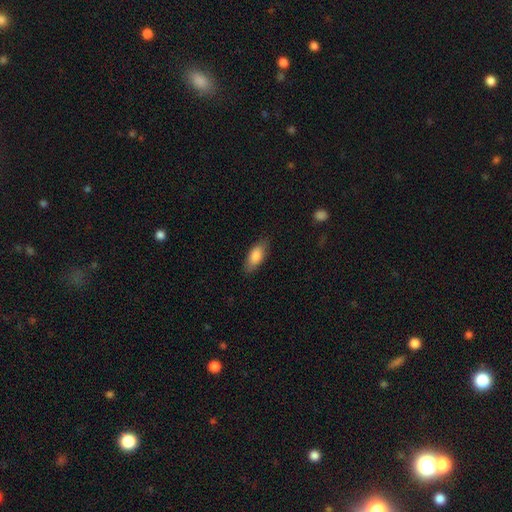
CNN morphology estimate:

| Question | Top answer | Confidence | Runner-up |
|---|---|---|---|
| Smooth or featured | smooth | 84% | featured or disk (10%) |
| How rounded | in between | 81% | cigar-shaped (16%) |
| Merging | none | 83% | minor disturbance (13%) |